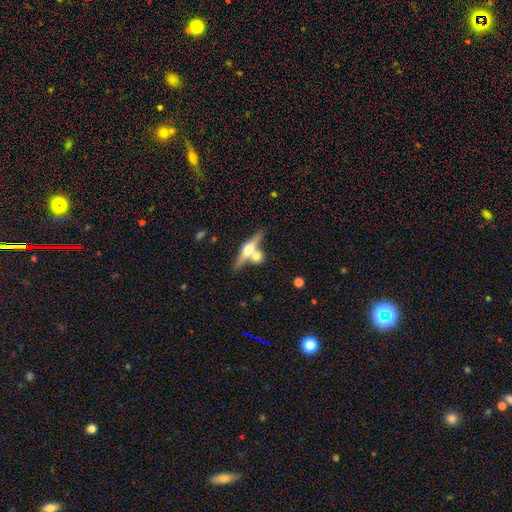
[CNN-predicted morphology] smooth-or-featured: featured or disk: 60% | smooth: 33% | star or artifact: 7%
  disk-edge-on: yes: 91% | no: 9%
    edge-on-bulge: rounded: 94% | boxy: 3% | none: 2%
  merging: none: 55% | merger: 33% | minor disturbance: 8% | major disturbance: 4%